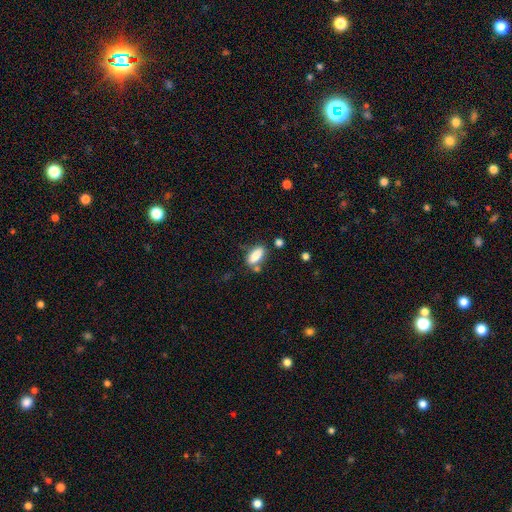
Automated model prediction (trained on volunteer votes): A smooth galaxy with no disk features (84%) that is in between round and cigar-shaped (75%). Merging: none (65%).